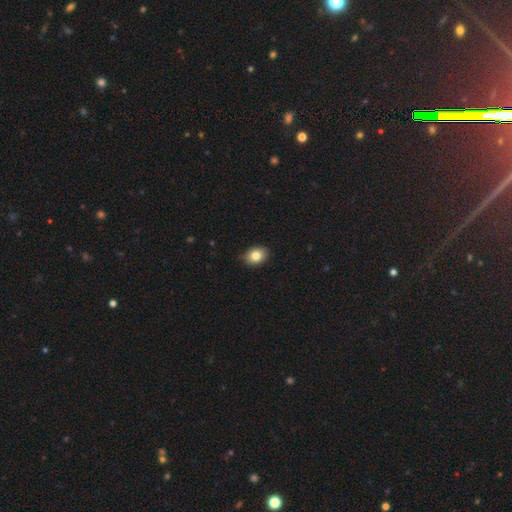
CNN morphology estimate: Smooth or featured? Predicted: smooth (p=0.83). How rounded? Predicted: in between (p=0.67). Merging? Predicted: none (p=0.86).